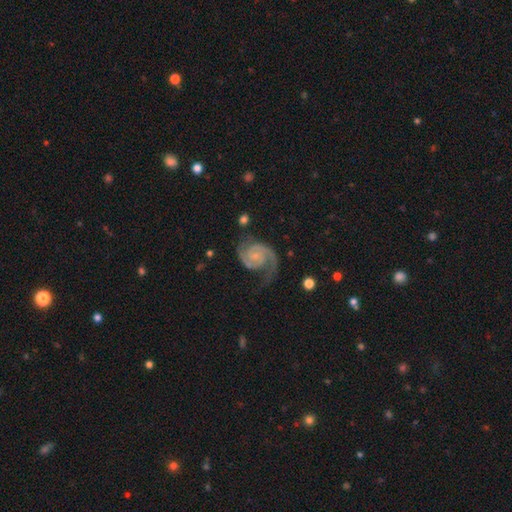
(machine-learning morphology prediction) featured or disk 91%, star or artifact 5%, smooth 4%. Down the decision tree: edge-on disk — no (98%); bar — no (63%); spiral arms — yes (98%); spiral arm count — 2 (92%); spiral winding — medium (50%); bulge size — small (54%); merging — none (69%).